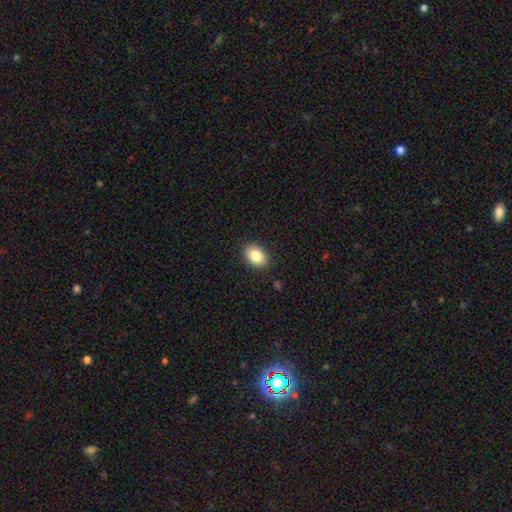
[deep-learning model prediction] Smooth or featured?
  - smooth: 84% *
  - star or artifact: 8%
  - featured or disk: 8%
How rounded?
  - in between: 77% *
  - round: 22%
  - cigar-shaped: 1%
Merging?
  - none: 89% *
  - minor disturbance: 8%
  - major disturbance: 2%
  - merger: 1%